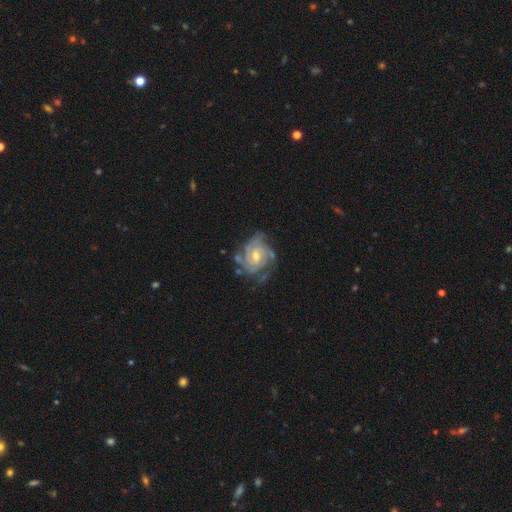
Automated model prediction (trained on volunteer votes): This appears to be a featured or disk galaxy (89%) with a weak bar (46%), 3 (30%) tight (67%) spiral arms (97%) and a moderate central bulge (56%). Merging: none (62%).